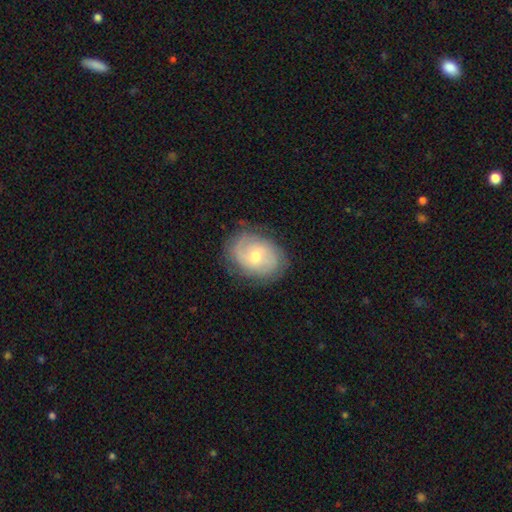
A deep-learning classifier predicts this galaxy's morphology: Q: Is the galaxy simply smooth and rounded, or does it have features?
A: featured or disk — 64%.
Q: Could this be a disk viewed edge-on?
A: no — 96%.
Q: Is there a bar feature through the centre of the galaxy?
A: no — 52%.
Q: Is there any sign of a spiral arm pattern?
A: yes — 83%.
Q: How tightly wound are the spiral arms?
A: tight — 54%.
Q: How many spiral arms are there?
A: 2 — 47%.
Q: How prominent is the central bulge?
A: moderate — 60%.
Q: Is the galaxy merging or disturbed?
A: none — 76%.